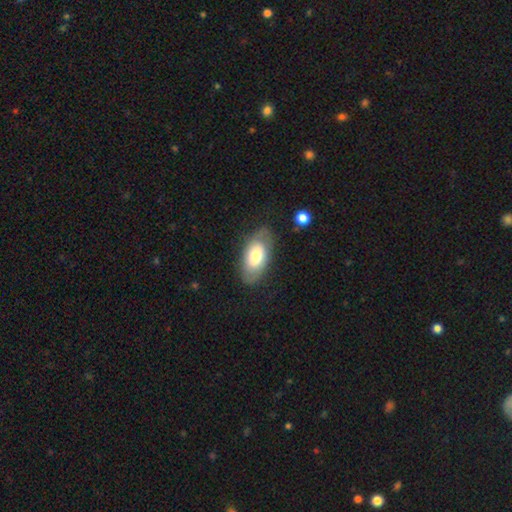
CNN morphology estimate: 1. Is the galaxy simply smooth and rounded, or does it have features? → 65% smooth, 29% featured or disk, 6% star or artifact.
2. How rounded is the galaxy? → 93% in between, 4% cigar-shaped, 3% round.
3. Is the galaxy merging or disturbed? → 71% none, 20% minor disturbance, 7% major disturbance, 2% merger.